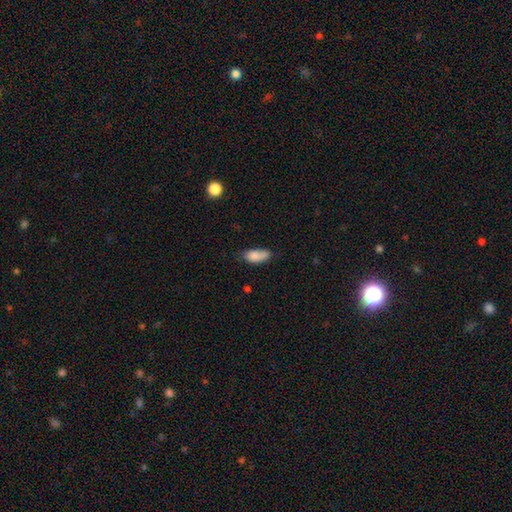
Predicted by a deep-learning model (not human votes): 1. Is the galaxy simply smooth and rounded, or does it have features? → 83% smooth, 9% featured or disk, 8% star or artifact.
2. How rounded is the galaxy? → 85% in between, 11% cigar-shaped, 3% round.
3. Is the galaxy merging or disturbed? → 55% none, 32% minor disturbance, 8% major disturbance, 6% merger.